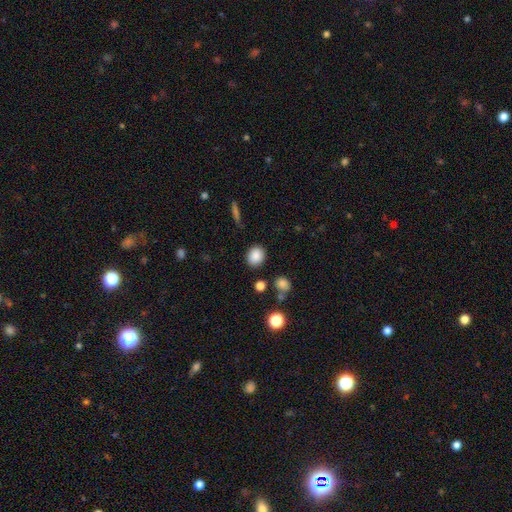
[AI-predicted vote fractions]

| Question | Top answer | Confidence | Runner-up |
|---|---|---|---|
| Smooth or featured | smooth | 86% | star or artifact (9%) |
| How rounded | round | 65% | in between (34%) |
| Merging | none | 86% | minor disturbance (9%) |